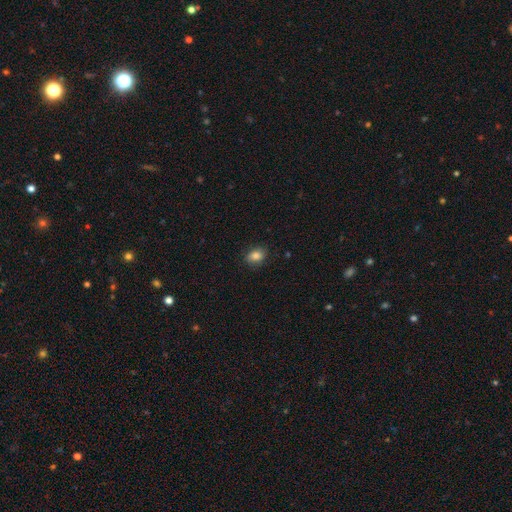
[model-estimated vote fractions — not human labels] The model was most divided on "how rounded": in between: 67%, round: 32%, cigar-shaped: 1%. More confident: smooth or featured — smooth (85%); merging — none (84%).